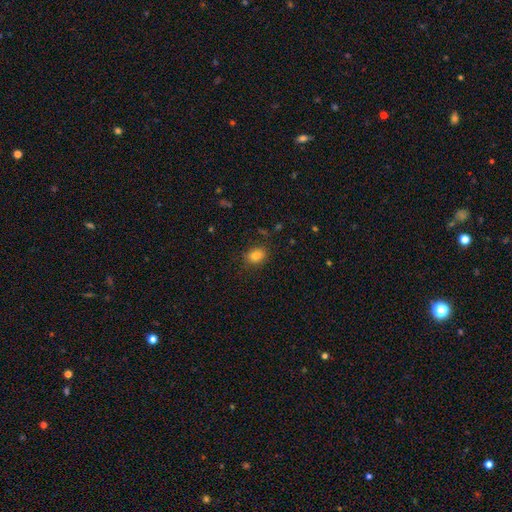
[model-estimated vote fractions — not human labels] Morphology: type=smooth (83%); roundness=in between (64%); merging=none (83%).